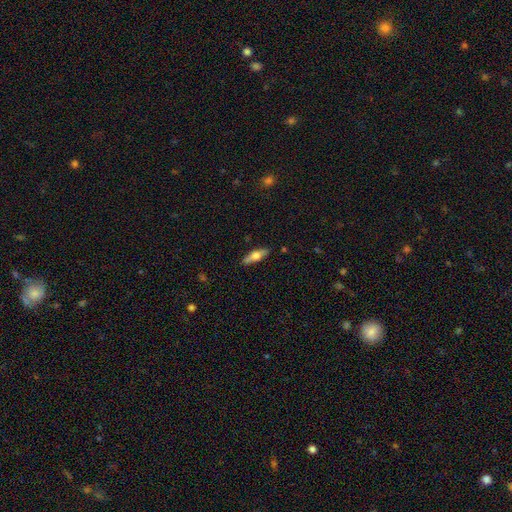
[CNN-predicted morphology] The model was most divided on "smooth or featured": smooth: 50%, featured or disk: 44%, star or artifact: 6%. More confident: merging — none (87%); how rounded — cigar-shaped (59%).